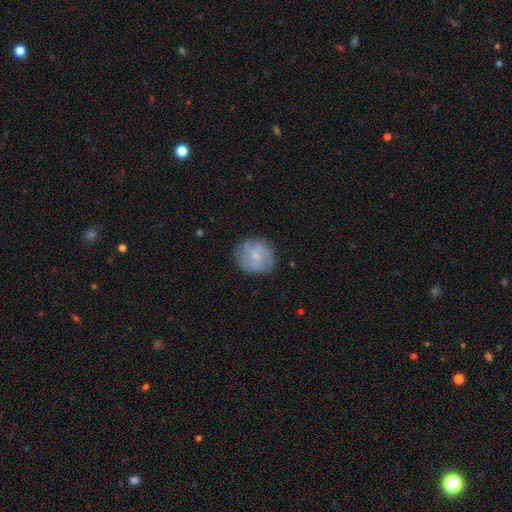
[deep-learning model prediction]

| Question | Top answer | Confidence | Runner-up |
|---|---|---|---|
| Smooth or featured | featured or disk | 55% | smooth (38%) |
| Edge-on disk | no | 98% | yes (2%) |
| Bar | no | 61% | weak (35%) |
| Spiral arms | yes | 84% | no (16%) |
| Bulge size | small | 65% | moderate (22%) |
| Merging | none | 77% | minor disturbance (17%) |